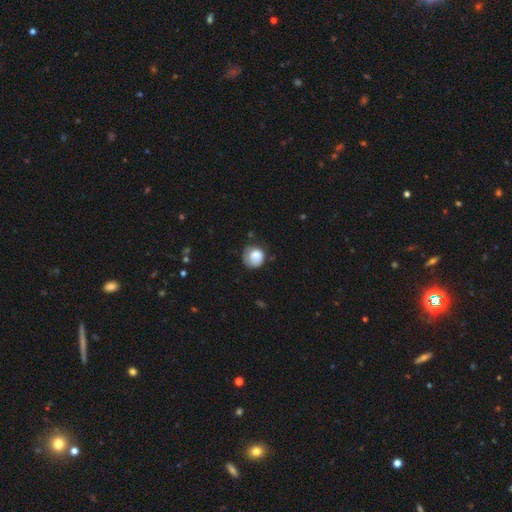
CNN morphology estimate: Smooth or featured?
  - smooth: 78% *
  - featured or disk: 14%
  - star or artifact: 8%
How rounded?
  - round: 84% *
  - in between: 15%
  - cigar-shaped: 1%
Merging?
  - none: 55% *
  - minor disturbance: 29%
  - major disturbance: 13%
  - merger: 2%